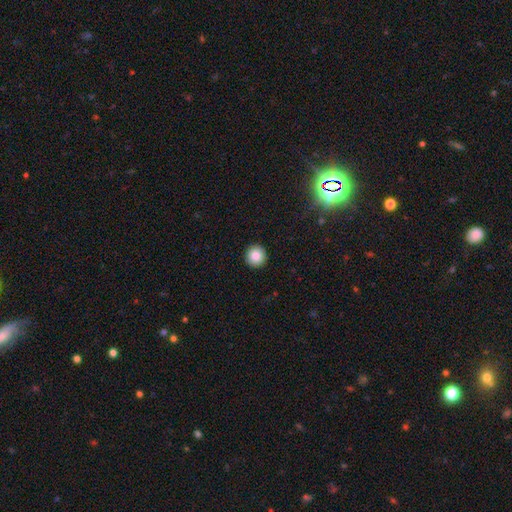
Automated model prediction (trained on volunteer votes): Q: Smooth or featured?
A: smooth (87%); runner-up: star or artifact (9%)
Q: How rounded?
A: round (95%); runner-up: in between (4%)
Q: Merging?
A: none (93%); runner-up: minor disturbance (5%)